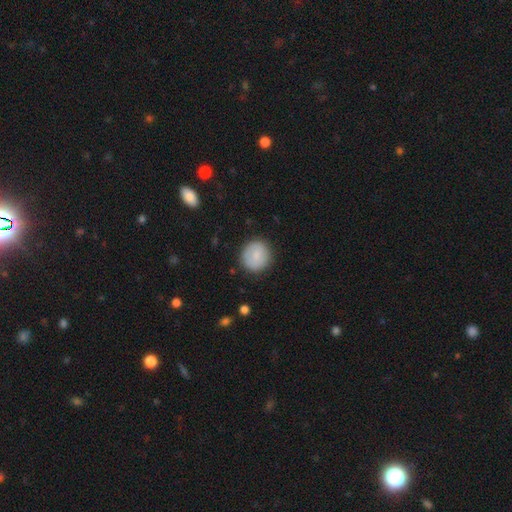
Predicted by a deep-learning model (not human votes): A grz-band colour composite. It shows a smooth galaxy with no disk features (79%) that is round (90%). Merging: none (85%).